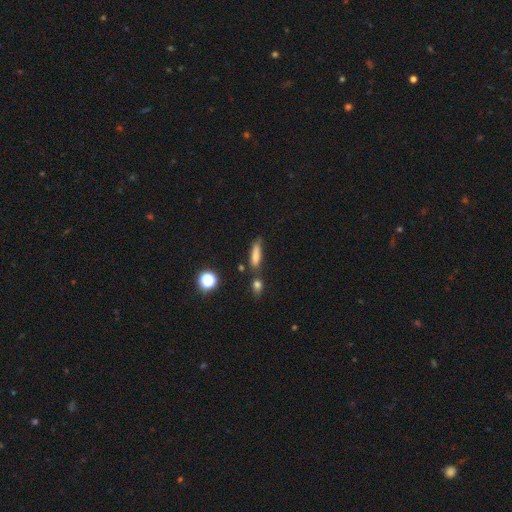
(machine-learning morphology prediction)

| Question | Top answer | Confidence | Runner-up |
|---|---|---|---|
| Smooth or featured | smooth | 74% | featured or disk (14%) |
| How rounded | cigar-shaped | 66% | in between (29%) |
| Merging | none | 60% | minor disturbance (22%) |